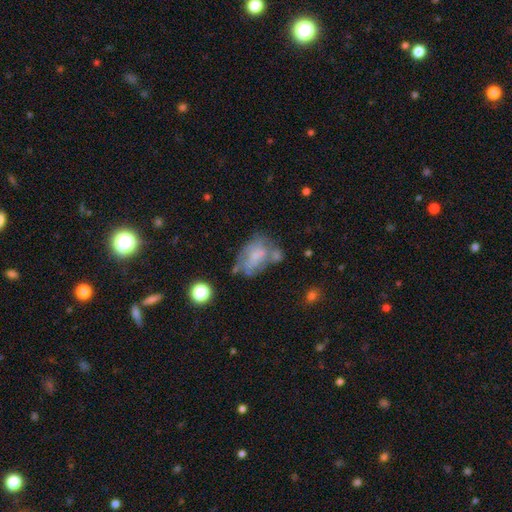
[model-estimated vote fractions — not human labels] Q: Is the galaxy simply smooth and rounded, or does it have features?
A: smooth — 46%.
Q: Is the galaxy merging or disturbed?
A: none — 31%.